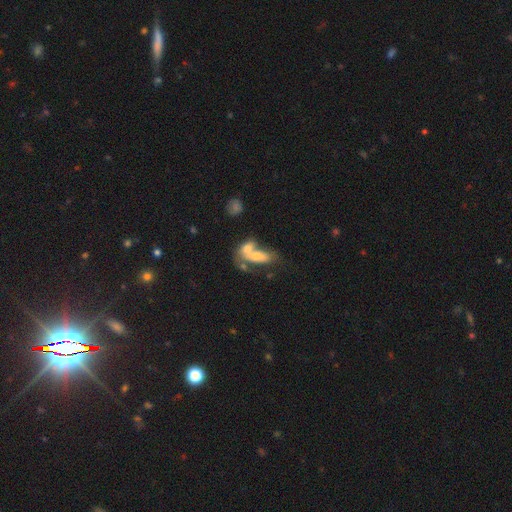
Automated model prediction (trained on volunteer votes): A smooth galaxy with no disk features (62%) that is in between round and cigar-shaped (80%). Merging: merger (63%).